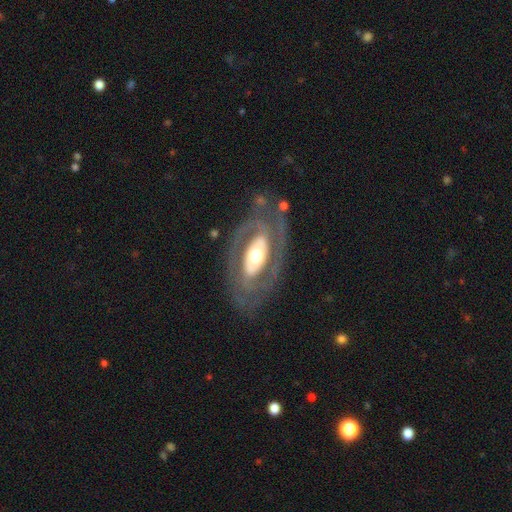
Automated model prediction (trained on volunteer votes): Smooth or featured? featured or disk (81%)
Edge-on disk? no (93%)
Bar? no (49%)
Spiral arms? yes (69%)
Spiral winding? tight (49%)
Spiral arm count? 2 (72%)
Bulge size? moderate (59%)
Merging? none (72%)